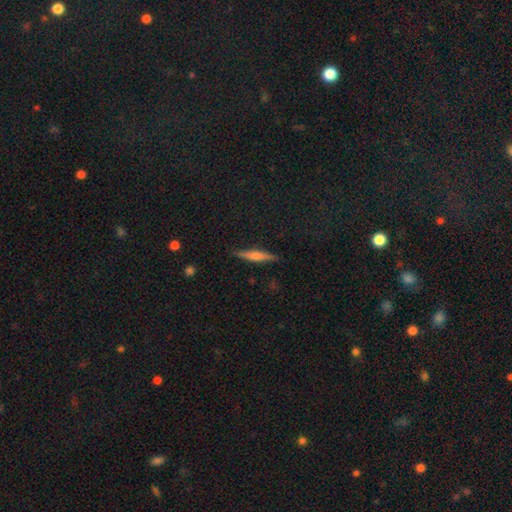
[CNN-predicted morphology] The model was most divided on "smooth or featured": featured or disk: 57%, smooth: 35%, star or artifact: 8%. More confident: edge-on disk — yes (96%); merging — none (88%); edge-on bulge — rounded (74%).